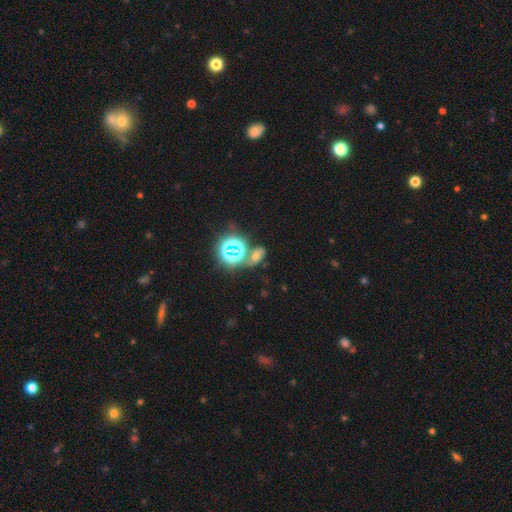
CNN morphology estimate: Smooth or featured: star or artifact — 41% (smooth — 40%)